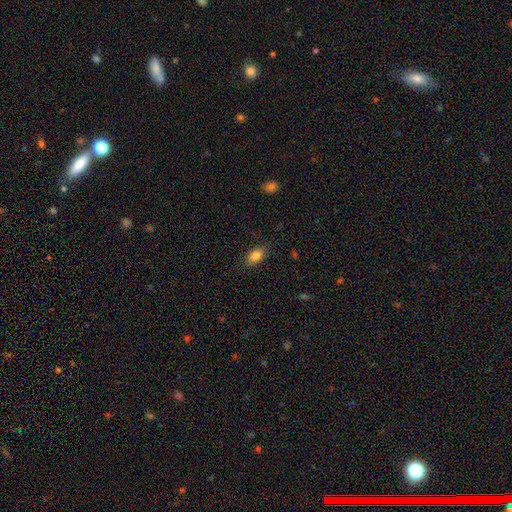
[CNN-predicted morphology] A smooth galaxy with no disk features (83%) that is in between round and cigar-shaped (88%). Merging: none (85%).